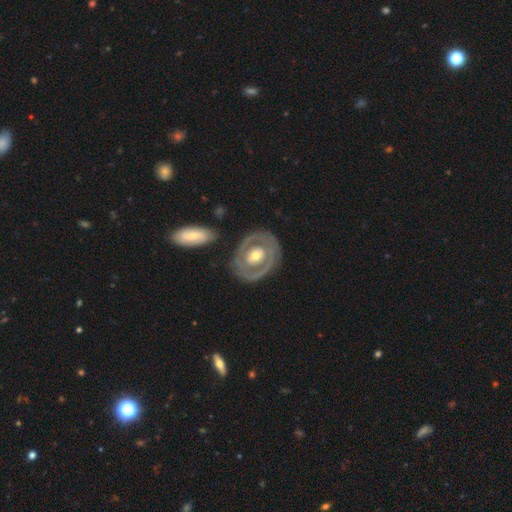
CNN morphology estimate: A featured or disk galaxy (70%) with no bar (72%), no spiral arms (65%) and a moderate central bulge (70%). Merging: none (76%).